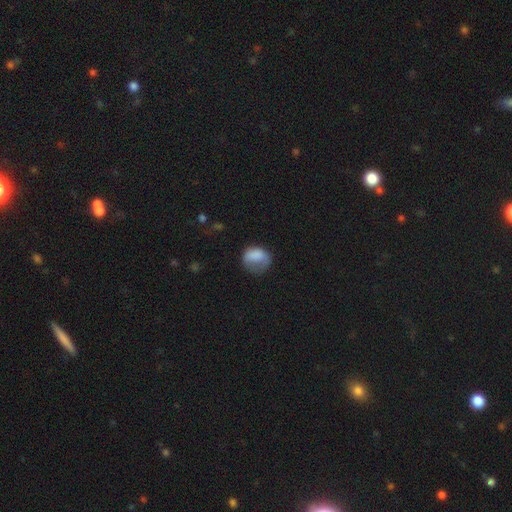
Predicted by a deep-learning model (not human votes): smooth-or-featured: smooth: 77% | featured or disk: 14% | star or artifact: 9%
  how-rounded: round: 51% | in between: 48% | cigar-shaped: 1%
  merging: none: 36% | major disturbance: 32% | minor disturbance: 29% | merger: 2%